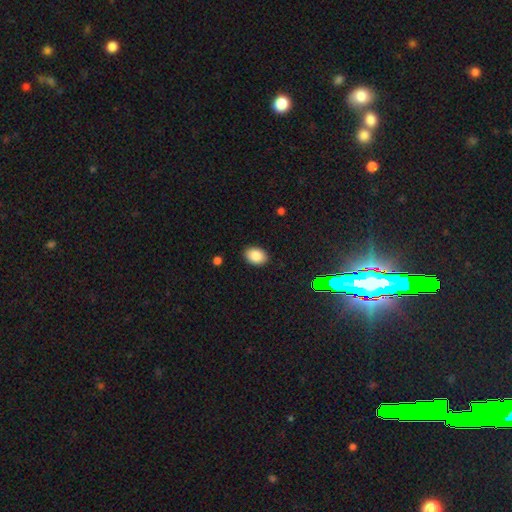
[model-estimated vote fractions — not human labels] This appears to be a smooth galaxy with no disk features (86%) that is in between round and cigar-shaped (80%). Merging: none (88%).